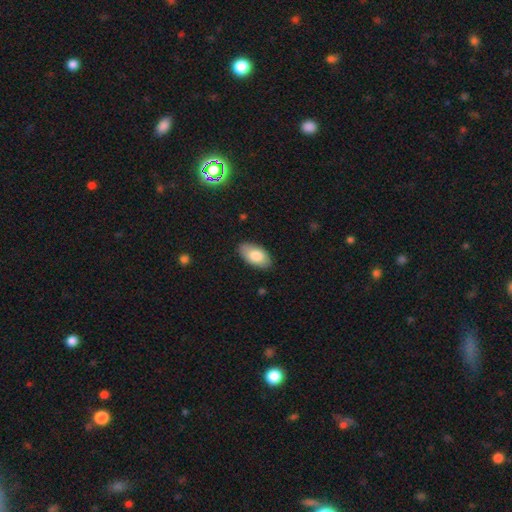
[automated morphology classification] This appears to be a smooth galaxy with no disk features (81%) that is in between round and cigar-shaped (95%). Merging: none (86%).